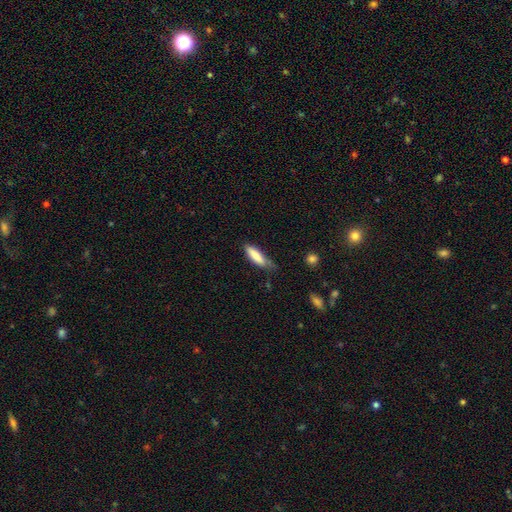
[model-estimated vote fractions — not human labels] Smooth or featured?
  - smooth: 82% *
  - featured or disk: 12%
  - star or artifact: 6%
How rounded?
  - cigar-shaped: 53% *
  - in between: 46%
  - round: 2%
Merging?
  - none: 52% *
  - minor disturbance: 36%
  - major disturbance: 10%
  - merger: 3%